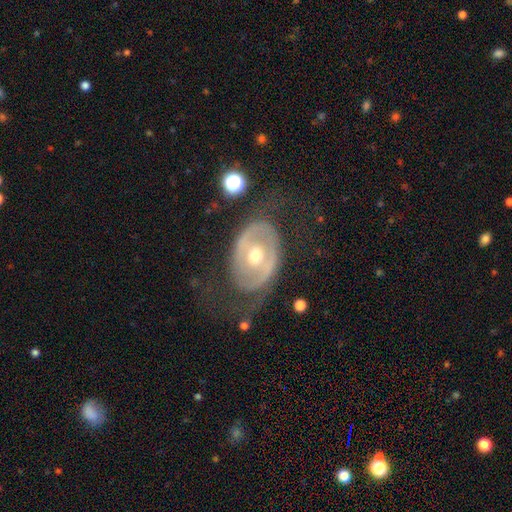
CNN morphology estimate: Smooth or featured? Predicted: featured or disk (p=0.75). Edge-on disk? Predicted: no (p=0.94). Bar? Predicted: no (p=0.52). Spiral arms? Predicted: yes (p=0.51). Bulge size? Predicted: moderate (p=0.70). Merging? Predicted: none (p=0.61).